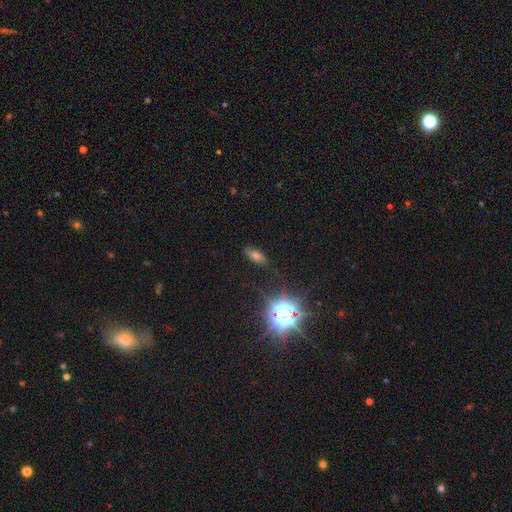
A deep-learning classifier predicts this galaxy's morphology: Smooth or featured?
  - smooth: 40% * (tied)
  - star or artifact: 40% * (tied)
  - featured or disk: 20%
Merging?
  - none: 80% *
  - minor disturbance: 13%
  - major disturbance: 5%
  - merger: 2%